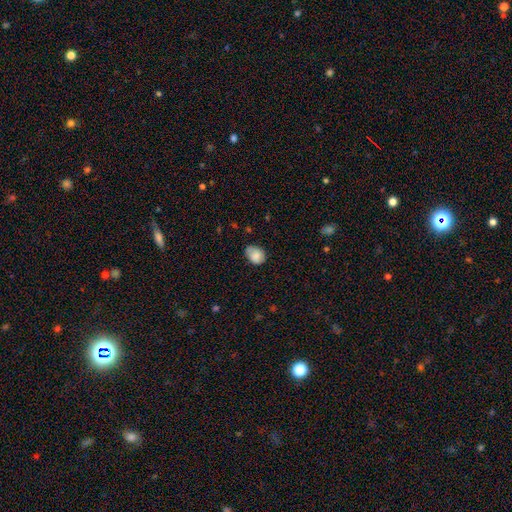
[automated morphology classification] Smooth or featured? smooth (80%)
How rounded? in between (68%)
Merging? none (61%)